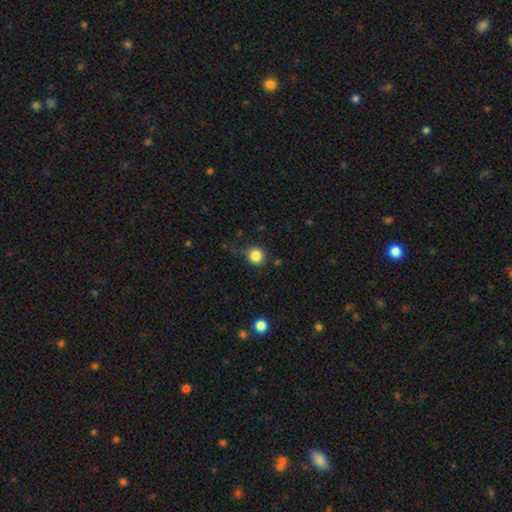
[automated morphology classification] Q: Smooth or featured?
A: smooth (83%); runner-up: star or artifact (11%)
Q: How rounded?
A: round (91%); runner-up: in between (8%)
Q: Merging?
A: none (72%); runner-up: minor disturbance (19%)